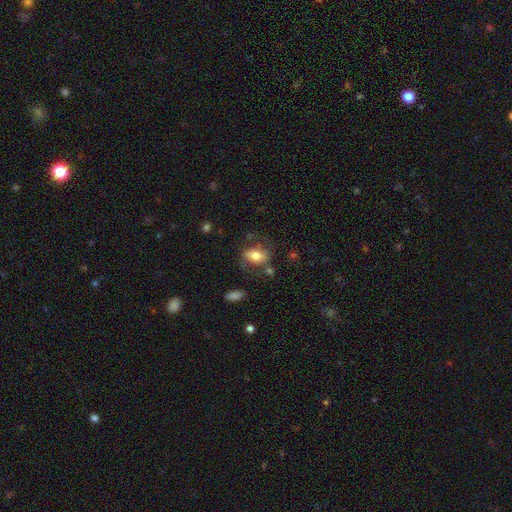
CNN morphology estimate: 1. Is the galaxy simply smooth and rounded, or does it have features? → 66% smooth, 25% featured or disk, 8% star or artifact.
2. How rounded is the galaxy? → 82% in between, 15% round, 3% cigar-shaped.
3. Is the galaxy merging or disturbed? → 61% none, 20% minor disturbance, 12% major disturbance, 7% merger.